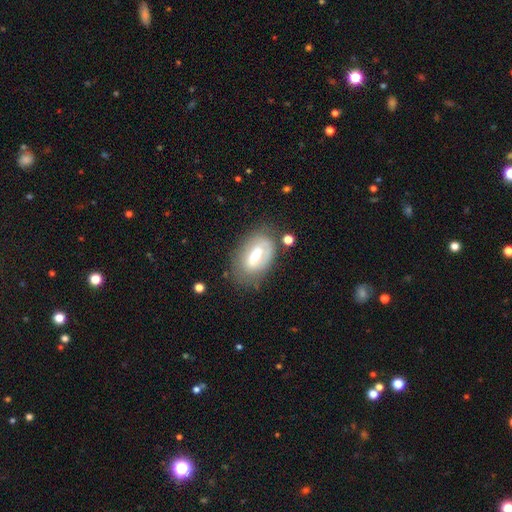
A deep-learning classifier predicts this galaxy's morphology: A featured or disk galaxy (47%).

Vote fractions:
- Smooth or featured? featured or disk: 47% / smooth: 45% / star or artifact: 8%
- Merging? none: 61% / minor disturbance: 23% / major disturbance: 12% / merger: 4%